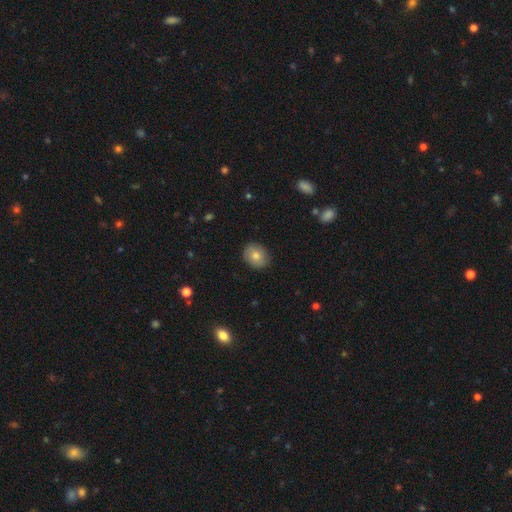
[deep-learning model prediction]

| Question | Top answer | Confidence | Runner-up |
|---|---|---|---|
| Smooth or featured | smooth | 75% | featured or disk (16%) |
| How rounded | round | 65% | in between (34%) |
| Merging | none | 87% | minor disturbance (10%) |